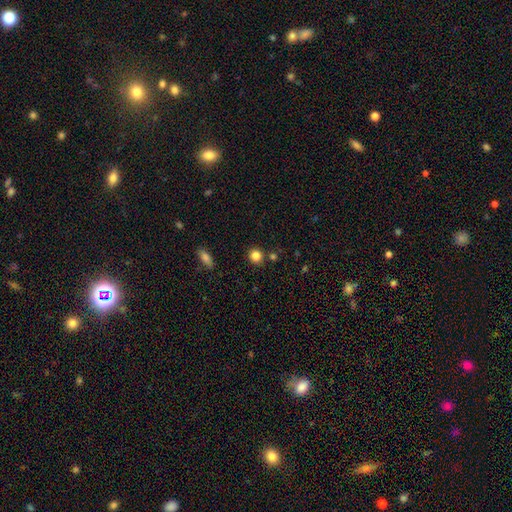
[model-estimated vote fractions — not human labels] A smooth galaxy with no disk features (84%) that is round (86%).

Vote fractions:
- Smooth or featured? smooth: 84% / star or artifact: 11% / featured or disk: 5%
- How rounded? round: 86% / in between: 12% / cigar-shaped: 1%
- Merging? none: 83% / minor disturbance: 8% / merger: 6% / major disturbance: 2%